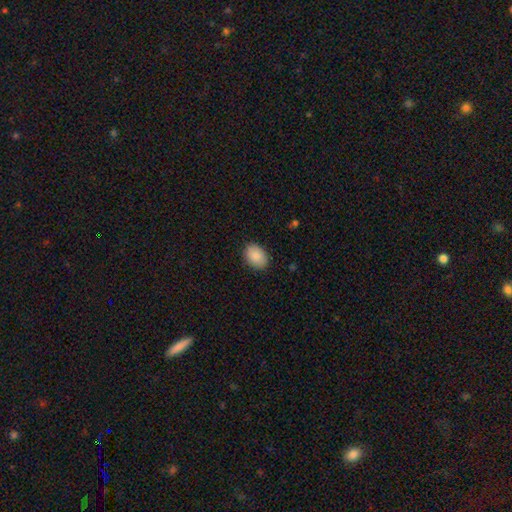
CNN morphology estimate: type=smooth (89%); roundness=in between (78%); merging=none (87%).